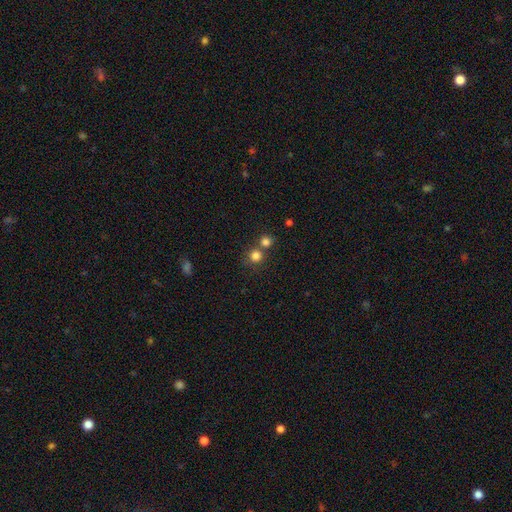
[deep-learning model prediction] This is clearly a smooth galaxy (80%). How rounded: clearly round (90%). Merging: possibly none (57%).